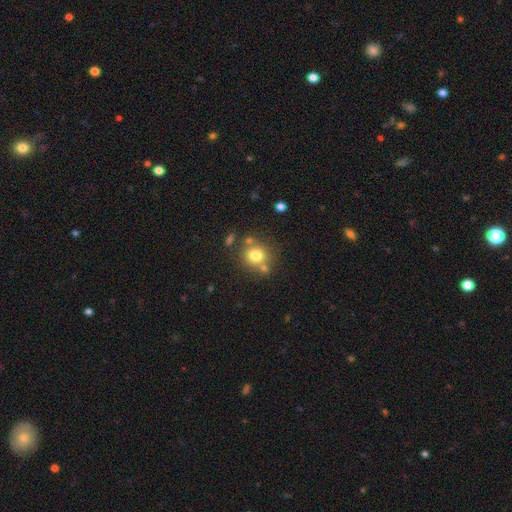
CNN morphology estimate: Smooth or featured: smooth — 77% (star or artifact — 13%)
How rounded: round — 86% (in between — 13%)
Merging: none — 72% (merger — 14%)